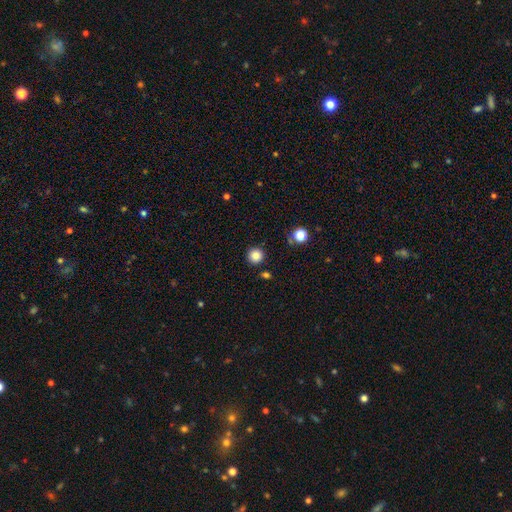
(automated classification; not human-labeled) The model was most divided on "smooth or featured": smooth: 85%, star or artifact: 11%, featured or disk: 4%. More confident: how rounded — round (95%); merging — none (89%).